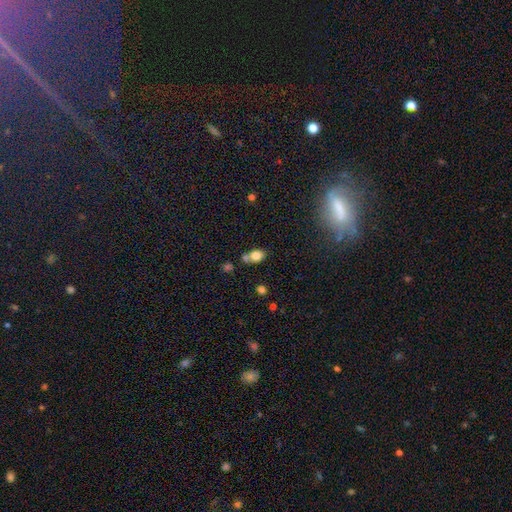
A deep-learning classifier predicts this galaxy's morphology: smooth_or_featured: smooth (p=0.80) [alt: star or artifact p=0.11]
how_rounded: in between (p=0.62) [alt: round p=0.36]
merging: none (p=0.47) [alt: merger p=0.33]